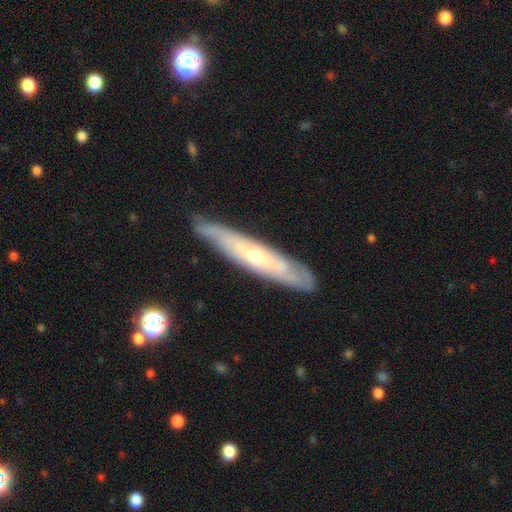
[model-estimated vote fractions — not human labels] smooth_or_featured: featured or disk (p=0.70) [alt: smooth p=0.24]
disk_edge_on: yes (p=0.58) [alt: no p=0.42]
merging: none (p=0.82) [alt: minor disturbance p=0.14]